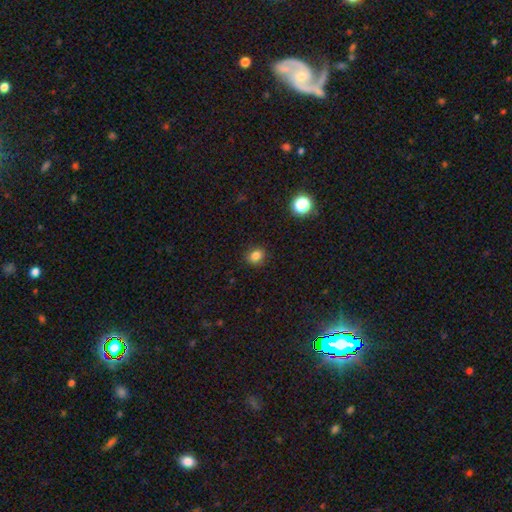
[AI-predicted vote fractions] Q: Smooth or featured?
A: smooth (82%); runner-up: star or artifact (13%)
Q: How rounded?
A: round (65%); runner-up: in between (34%)
Q: Merging?
A: none (89%); runner-up: minor disturbance (8%)